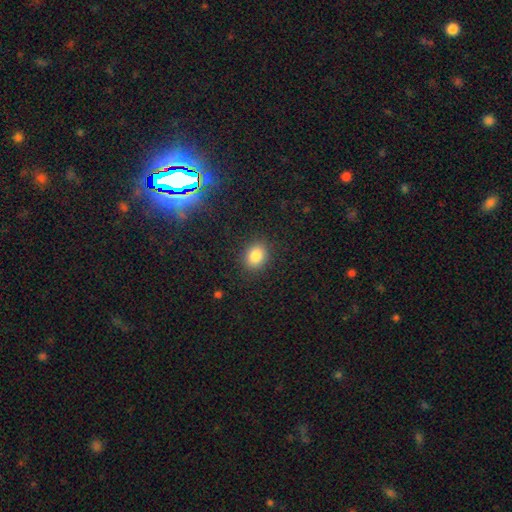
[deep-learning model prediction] A smooth galaxy with no disk features (83%) that is in between round and cigar-shaped (51%). Merging: none (87%).